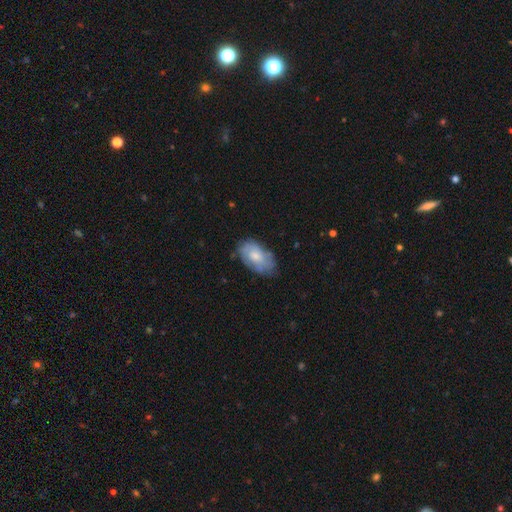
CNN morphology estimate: Smooth or featured?
  - smooth: 65% *
  - featured or disk: 29%
  - star or artifact: 6%
How rounded?
  - in between: 93% *
  - round: 5%
  - cigar-shaped: 2%
Merging?
  - none: 67% *
  - minor disturbance: 25%
  - major disturbance: 6%
  - merger: 1%